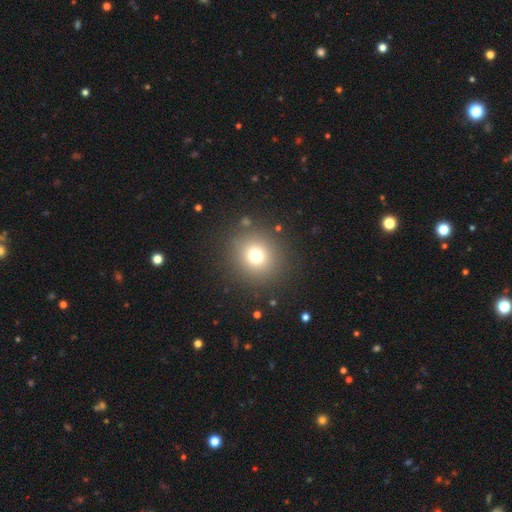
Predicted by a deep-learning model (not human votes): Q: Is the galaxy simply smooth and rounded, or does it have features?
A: smooth — 73%.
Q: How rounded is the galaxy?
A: round — 92%.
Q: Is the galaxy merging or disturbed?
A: none — 88%.